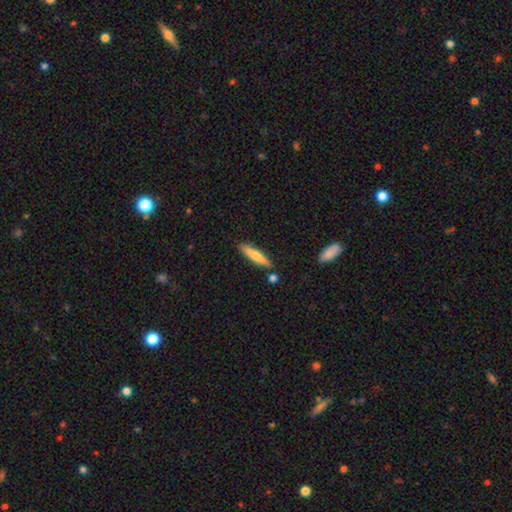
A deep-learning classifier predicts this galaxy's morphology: Overall: smooth (62%; featured or disk 32%). How rounded: cigar-shaped (88%). Merging: none (84%).